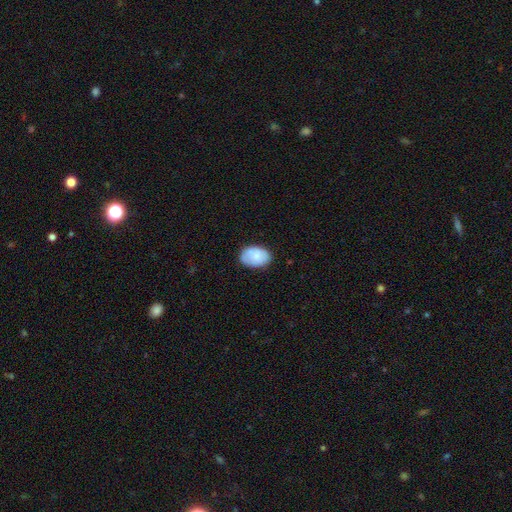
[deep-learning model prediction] smooth_or_featured: smooth (p=0.77) [alt: featured or disk p=0.16]
how_rounded: in between (p=0.85) [alt: round p=0.14]
merging: none (p=0.75) [alt: minor disturbance p=0.19]